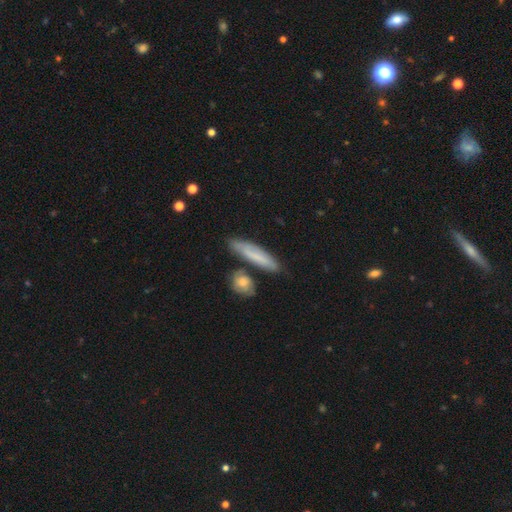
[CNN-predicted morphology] smooth-or-featured: smooth: 65% | featured or disk: 28% | star or artifact: 7%
  how-rounded: cigar-shaped: 78% | in between: 19% | round: 3%
  merging: none: 73% | minor disturbance: 15% | merger: 8% | major disturbance: 4%